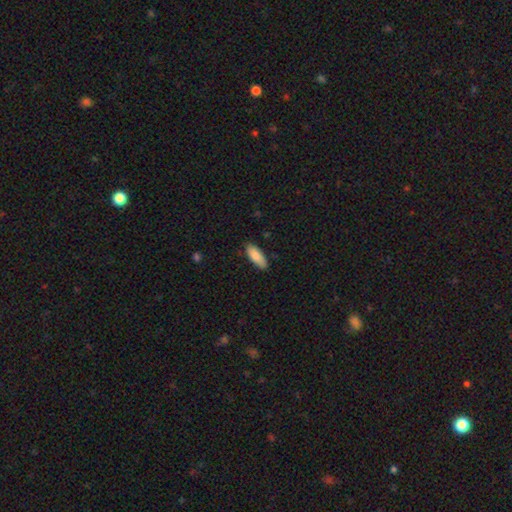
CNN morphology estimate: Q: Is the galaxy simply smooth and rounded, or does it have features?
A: smooth — 87%.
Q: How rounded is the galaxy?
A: in between — 74%.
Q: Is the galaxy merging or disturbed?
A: none — 84%.